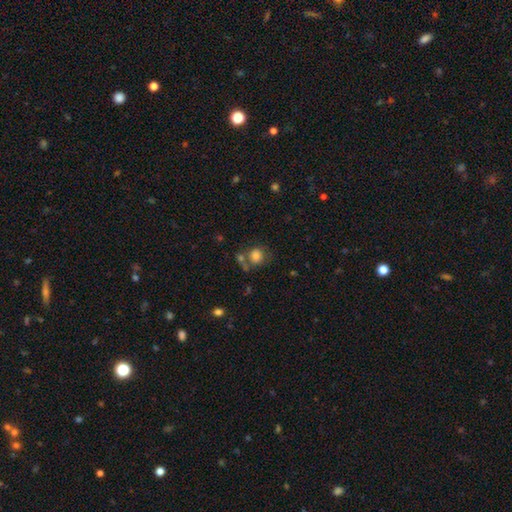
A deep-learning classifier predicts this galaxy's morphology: Smooth or featured? Predicted: smooth (p=0.80). How rounded? Predicted: round (p=0.76). Merging? Predicted: none (p=0.53).